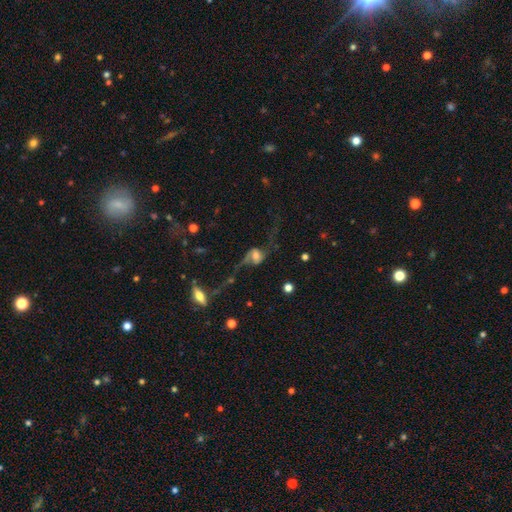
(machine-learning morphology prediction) The model was most divided on "merging": none: 37%, major disturbance: 35%, minor disturbance: 15%, merger: 13%. Remaining: edge-on disk — no (90%); spiral arm count — 2 (89%); spiral winding — loose (87%); spiral arms — yes (85%); smooth or featured — featured or disk (71%); bar — no (45%); bulge size — moderate (44%).